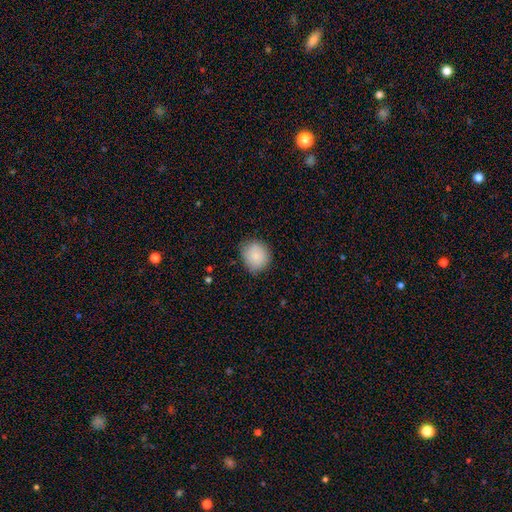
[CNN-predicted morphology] Smooth or featured? smooth (86%)
How rounded? round (78%)
Merging? none (77%)